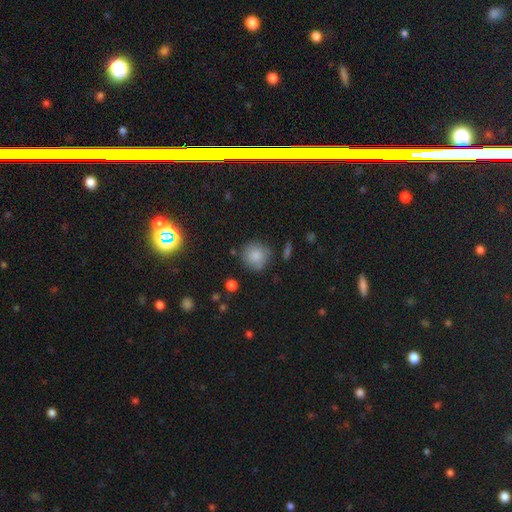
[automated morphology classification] A smooth galaxy with no disk features (84%) that is round (92%). Merging: none (78%).